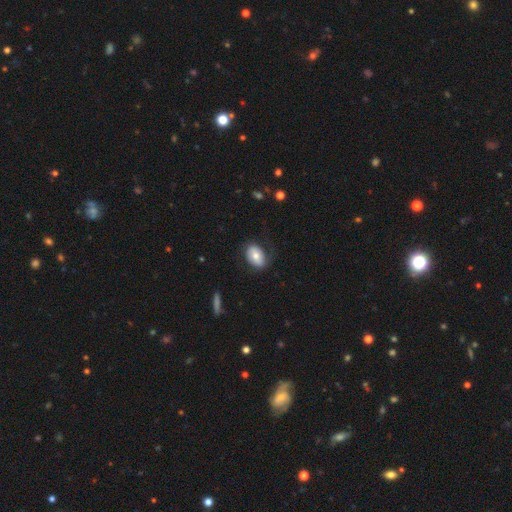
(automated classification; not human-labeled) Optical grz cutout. It shows a smooth galaxy with no disk features (65%) that is in between round and cigar-shaped (85%). Merging: none (69%).